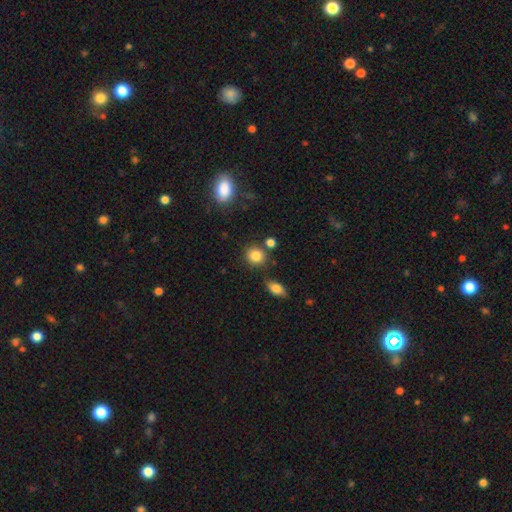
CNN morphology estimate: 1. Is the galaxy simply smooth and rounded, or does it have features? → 84% smooth, 10% star or artifact, 5% featured or disk.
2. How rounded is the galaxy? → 81% round, 18% in between, 1% cigar-shaped.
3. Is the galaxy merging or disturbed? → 77% none, 11% minor disturbance, 8% merger, 4% major disturbance.